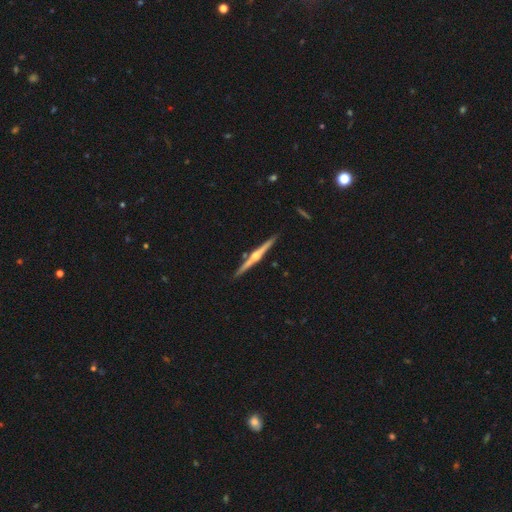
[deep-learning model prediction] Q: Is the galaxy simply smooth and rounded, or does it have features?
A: featured or disk — 83%.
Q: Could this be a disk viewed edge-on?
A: yes — 99%.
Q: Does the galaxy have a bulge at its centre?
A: rounded — 92%.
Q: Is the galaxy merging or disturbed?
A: none — 90%.